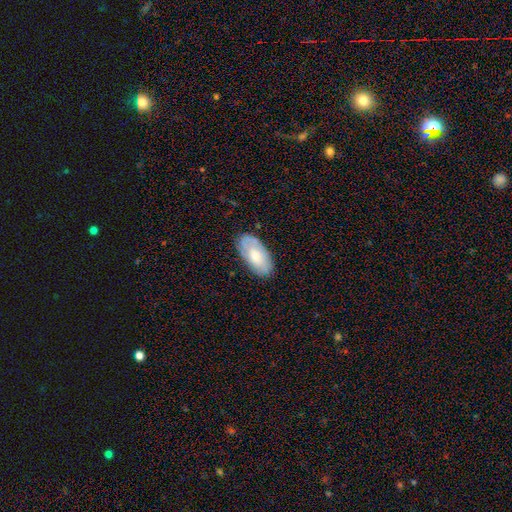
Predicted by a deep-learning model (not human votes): Q: Smooth or featured?
A: smooth (62%); runner-up: featured or disk (32%)
Q: How rounded?
A: in between (95%); runner-up: cigar-shaped (3%)
Q: Merging?
A: none (79%); runner-up: minor disturbance (16%)